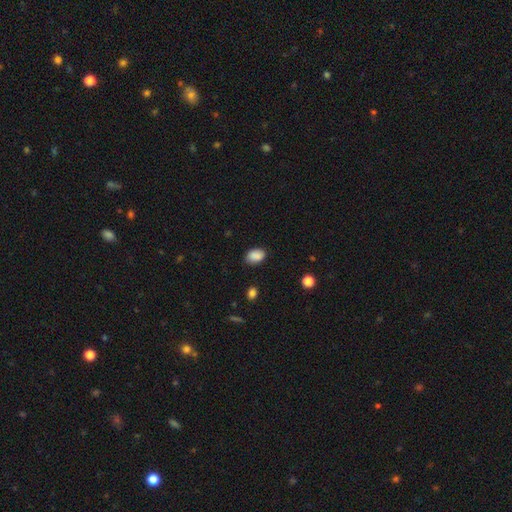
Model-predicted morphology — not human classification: A smooth galaxy with no disk features (88%) that is in between round and cigar-shaped (84%). Merging: none (81%).